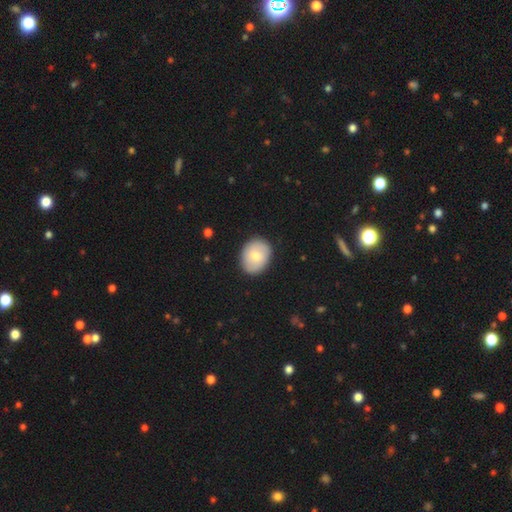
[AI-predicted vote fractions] Smooth or featured: smooth — 72% (featured or disk — 22%)
How rounded: in between — 51% (round — 48%)
Merging: none — 88% (minor disturbance — 9%)